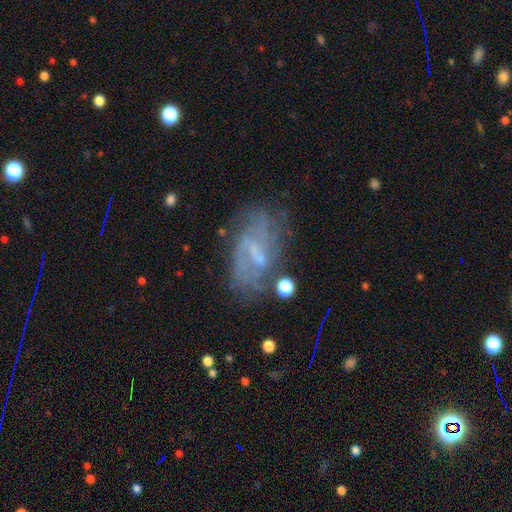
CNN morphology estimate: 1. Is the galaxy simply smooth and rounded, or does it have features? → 68% featured or disk, 19% smooth, 13% star or artifact.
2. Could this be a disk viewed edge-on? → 93% no, 7% yes.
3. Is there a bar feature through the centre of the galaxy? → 48% weak, 26% no, 26% strong.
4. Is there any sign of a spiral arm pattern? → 69% yes, 31% no.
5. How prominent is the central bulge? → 52% small, 28% none, 17% moderate, 1% large, 1% dominant.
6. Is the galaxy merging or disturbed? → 59% none, 21% minor disturbance, 15% major disturbance, 5% merger.